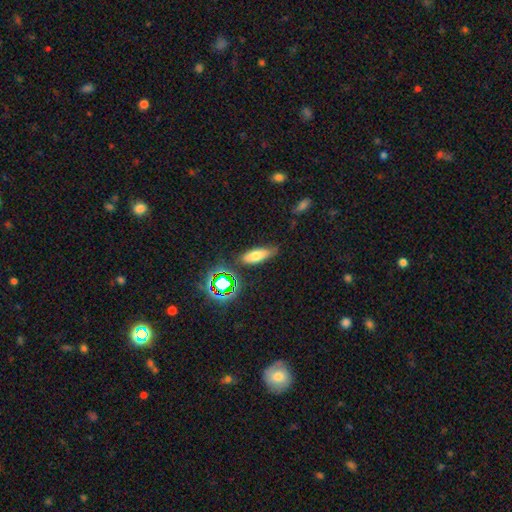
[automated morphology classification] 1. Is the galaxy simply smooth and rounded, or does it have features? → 69% smooth, 16% star or artifact, 15% featured or disk.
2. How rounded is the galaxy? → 61% in between, 35% cigar-shaped, 4% round.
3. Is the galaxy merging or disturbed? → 74% none, 18% minor disturbance, 5% major disturbance, 3% merger.